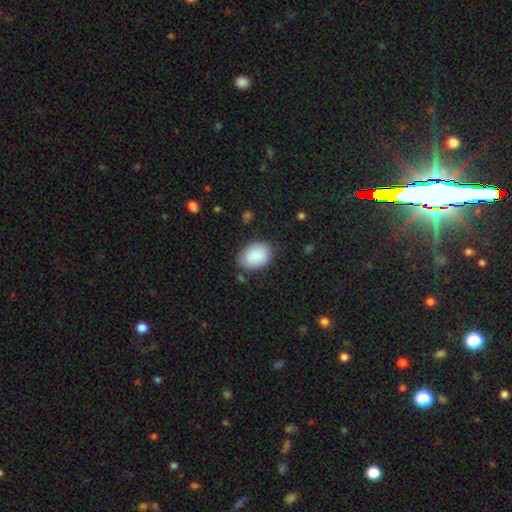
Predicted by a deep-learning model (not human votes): A smooth galaxy with no disk features (88%) that is in between round and cigar-shaped (81%). Merging: none (77%).